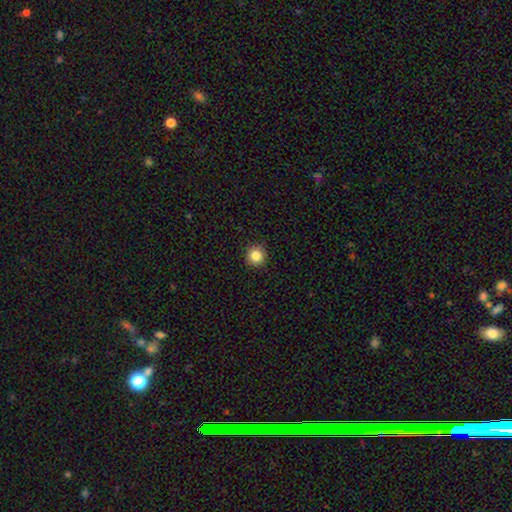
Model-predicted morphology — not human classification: Q: Smooth or featured?
A: smooth (84%); runner-up: star or artifact (11%)
Q: How rounded?
A: round (94%); runner-up: in between (5%)
Q: Merging?
A: none (91%); runner-up: minor disturbance (6%)